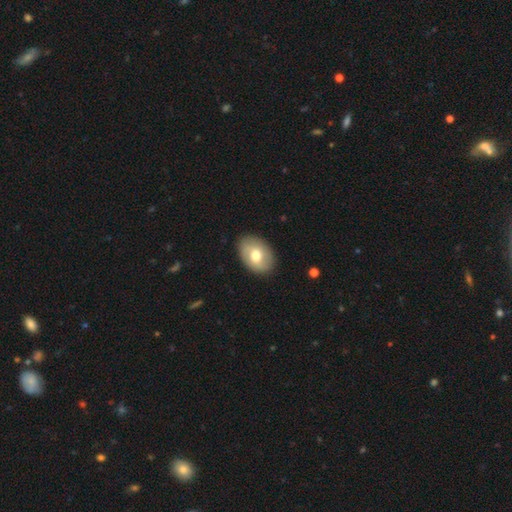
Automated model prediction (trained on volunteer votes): The model was most divided on "smooth or featured": smooth: 62%, featured or disk: 32%, star or artifact: 6%. More confident: merging — none (87%); how rounded — in between (81%).